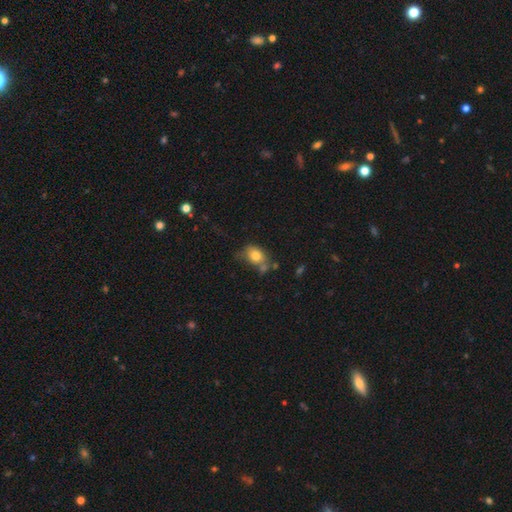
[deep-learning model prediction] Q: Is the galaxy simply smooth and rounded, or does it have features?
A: smooth — 77%.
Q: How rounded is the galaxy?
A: in between — 67%.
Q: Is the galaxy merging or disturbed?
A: none — 45%.